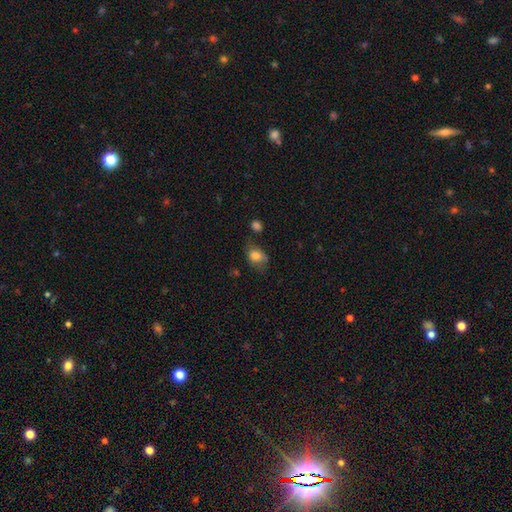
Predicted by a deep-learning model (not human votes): The model was most divided on "merging": none: 52%, minor disturbance: 29%, major disturbance: 13%, merger: 5%. More confident: smooth or featured — smooth (77%); how rounded — in between (70%).